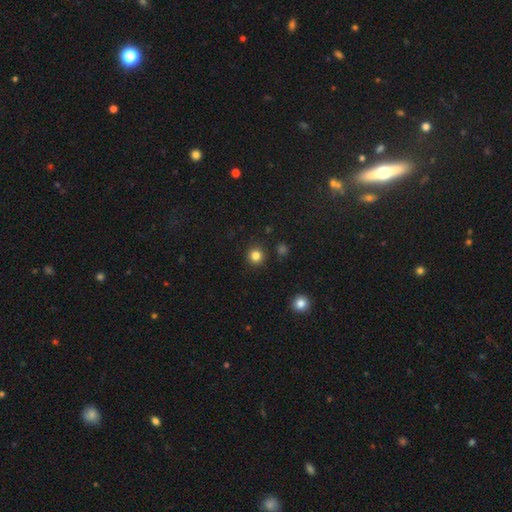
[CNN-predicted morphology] Smooth or featured? smooth (82%)
How rounded? round (94%)
Merging? none (91%)